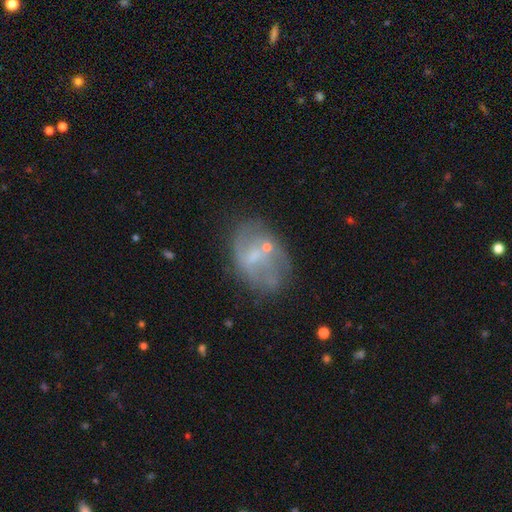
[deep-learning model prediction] featured or disk 58%, smooth 31%, star or artifact 11%. Down the decision tree: edge-on disk — no (97%); bar — no (55%); spiral arms — no (56%); bulge size — small (54%); merging — none (49%).